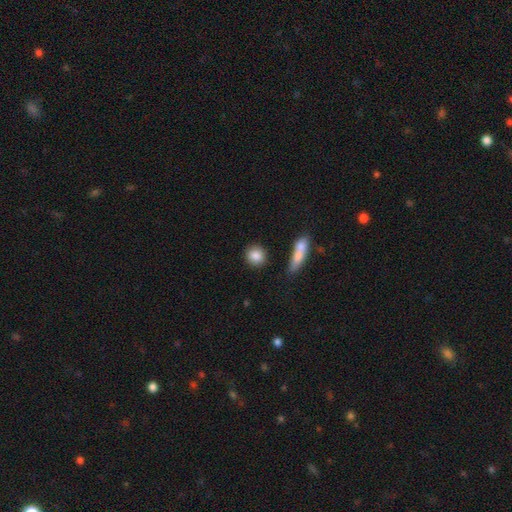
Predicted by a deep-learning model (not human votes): Overall: smooth (86%). How rounded: round (82%). Merging: none (83%).